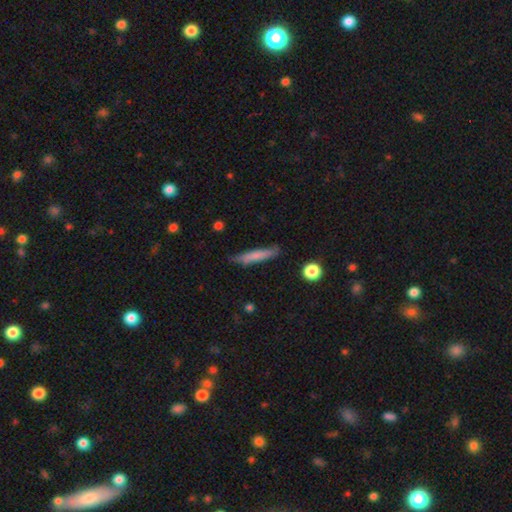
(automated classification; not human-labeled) This appears to be a smooth galaxy with no disk features (71%) that is cigar-shaped (91%). Merging: none (77%).